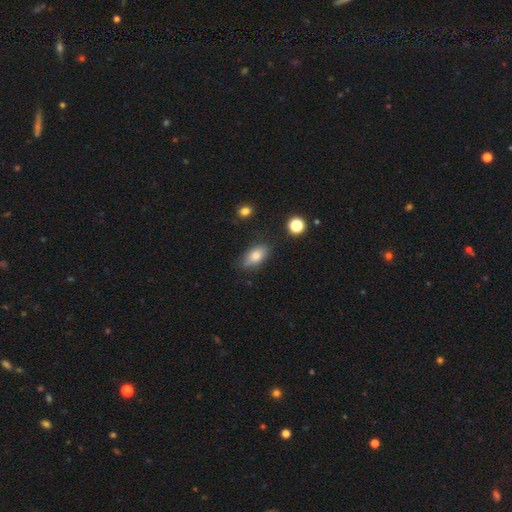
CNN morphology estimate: Smooth or featured? smooth (78%)
How rounded? in between (87%)
Merging? none (76%)